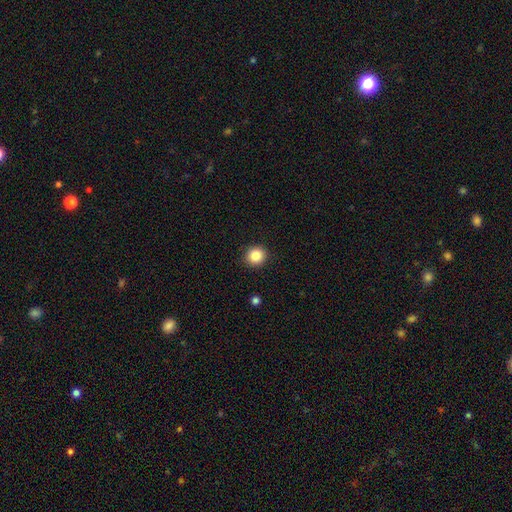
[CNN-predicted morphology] A smooth galaxy with no disk features (85%) that is round (88%). Merging: none (92%).